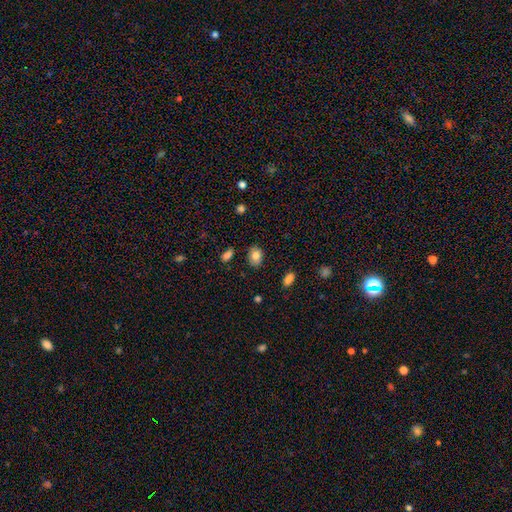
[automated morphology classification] smooth 81%, featured or disk 11%, star or artifact 8%. Down the decision tree: how rounded — in between (70%); merging — none (83%).